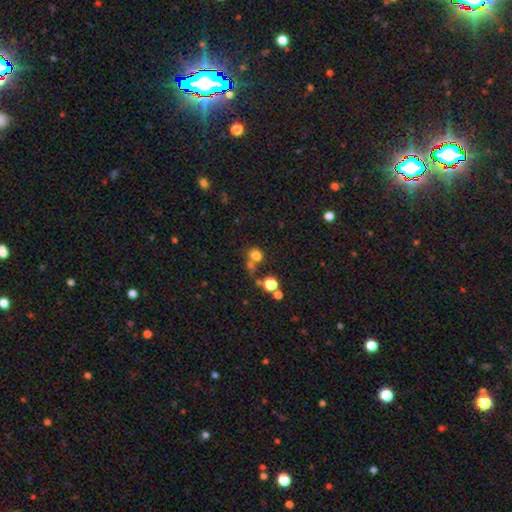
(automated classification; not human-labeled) A smooth galaxy with no disk features (76%) that is round (81%).

Vote fractions:
- Smooth or featured? smooth: 76% / star or artifact: 16% / featured or disk: 8%
- How rounded? round: 81% / in between: 18% / cigar-shaped: 1%
- Merging? none: 54% / merger: 27% / minor disturbance: 11% / major disturbance: 7%